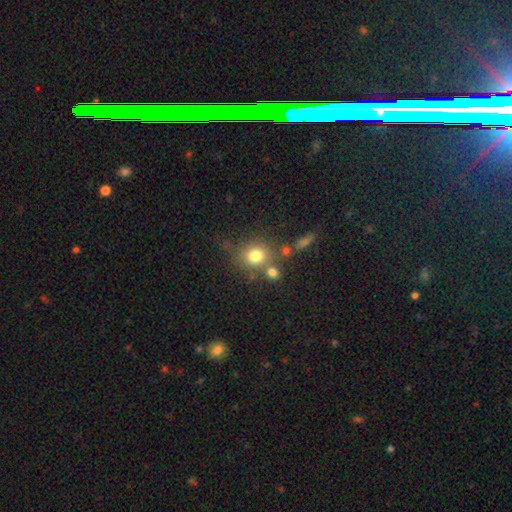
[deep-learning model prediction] Smooth or featured? smooth (76%)
How rounded? round (76%)
Merging? none (64%)